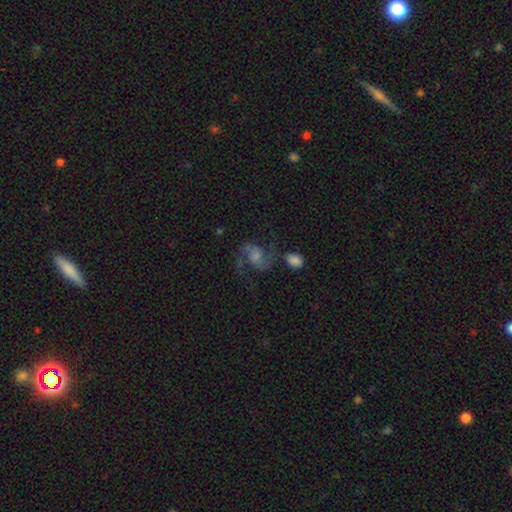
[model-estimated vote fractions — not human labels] The model was most divided on "bulge size": moderate: 44%, small: 37%, none: 9%, large: 8%, dominant: 2%. More confident: edge-on disk — no (98%); spiral arms — yes (96%); spiral arm count — 2 (91%); smooth or featured — featured or disk (83%); merging — none (65%); spiral winding — medium (52%); bar — no (50%).